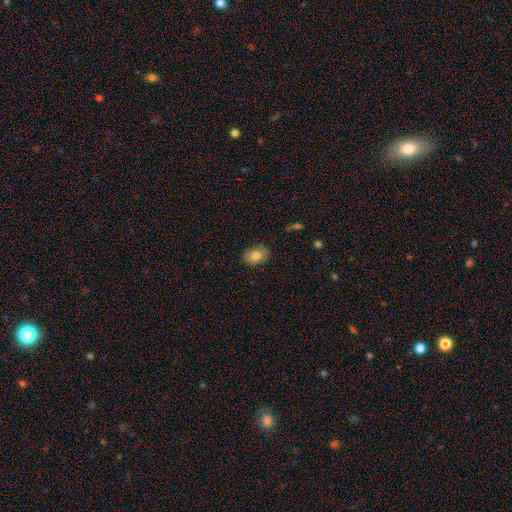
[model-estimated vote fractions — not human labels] This appears to be a smooth galaxy with no disk features (74%) that is in between round and cigar-shaped (73%). Merging: none (81%).